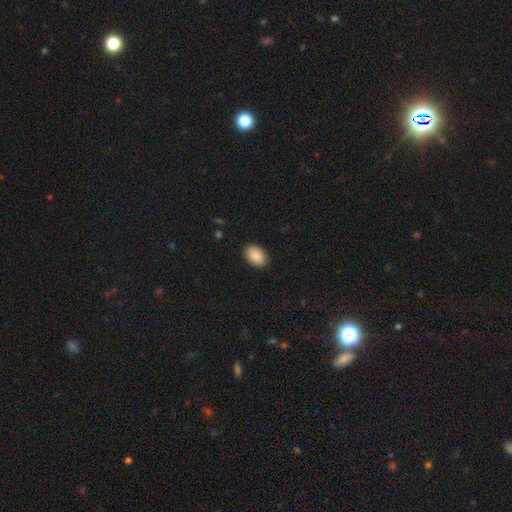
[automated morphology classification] Overall: smooth (87%). How rounded: in between (87%). Merging: none (88%).